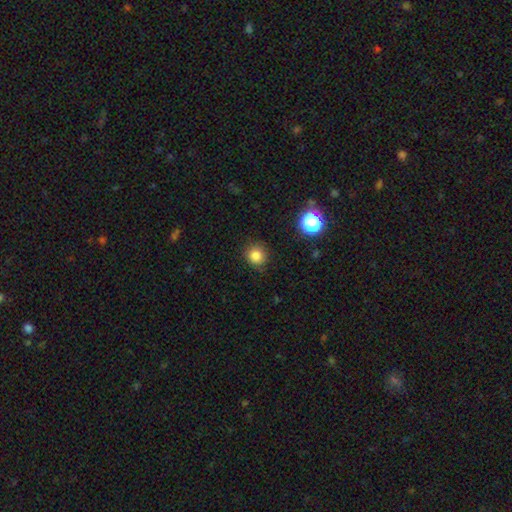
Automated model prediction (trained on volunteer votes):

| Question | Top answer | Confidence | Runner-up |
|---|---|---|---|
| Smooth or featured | smooth | 82% | star or artifact (13%) |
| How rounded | round | 90% | in between (9%) |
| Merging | none | 87% | minor disturbance (9%) |